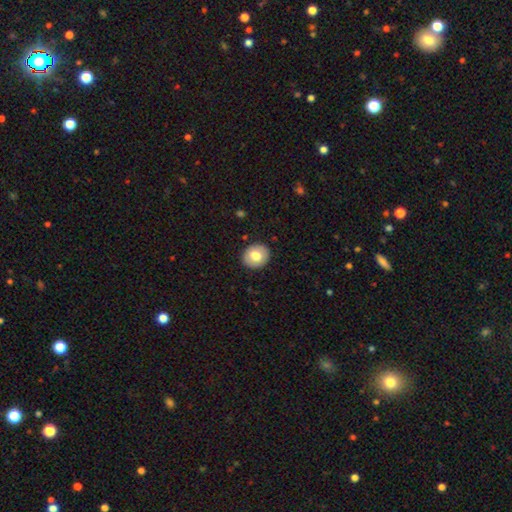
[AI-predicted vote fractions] smooth_or_featured: smooth (p=0.74) [alt: featured or disk p=0.19]
how_rounded: round (p=0.70) [alt: in between p=0.29]
merging: none (p=0.90) [alt: minor disturbance p=0.07]